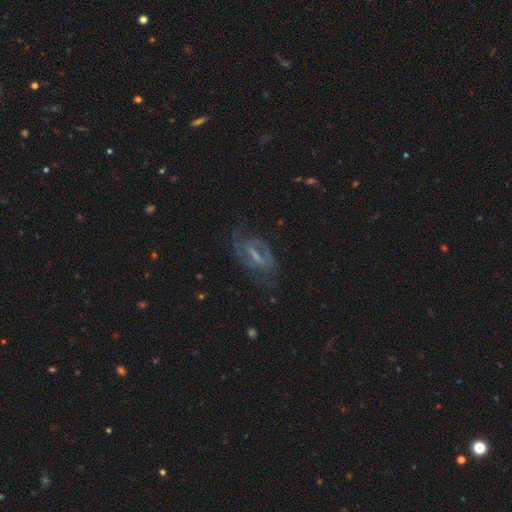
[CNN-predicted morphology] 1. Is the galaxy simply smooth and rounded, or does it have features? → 75% featured or disk, 15% smooth, 11% star or artifact.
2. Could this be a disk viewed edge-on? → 91% no, 9% yes.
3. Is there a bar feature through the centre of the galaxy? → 46% strong, 37% weak, 16% no.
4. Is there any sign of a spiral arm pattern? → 81% yes, 19% no.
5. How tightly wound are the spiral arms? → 47% medium, 32% tight, 21% loose.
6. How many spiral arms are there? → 66% 2, 20% can't tell, 7% 1, 4% 3, 2% 4, 2% more than 4.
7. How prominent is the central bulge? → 37% small, 32% none, 25% moderate, 5% large, 1% dominant.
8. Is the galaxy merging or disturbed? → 60% none, 20% minor disturbance, 19% major disturbance, 2% merger.